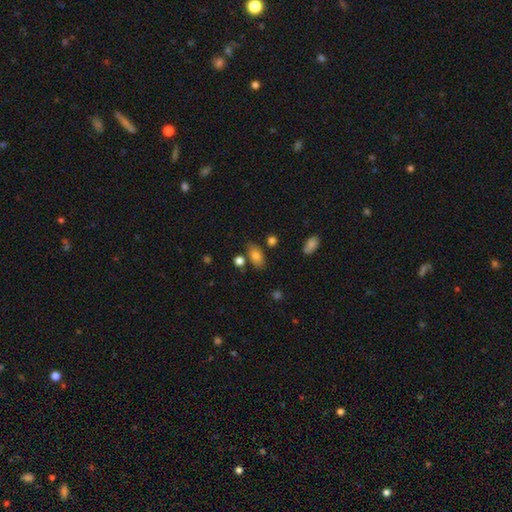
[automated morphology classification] smooth_or_featured: smooth (p=0.80) [alt: featured or disk p=0.11]
how_rounded: in between (p=0.89) [alt: round p=0.06]
merging: none (p=0.73) [alt: minor disturbance p=0.14]